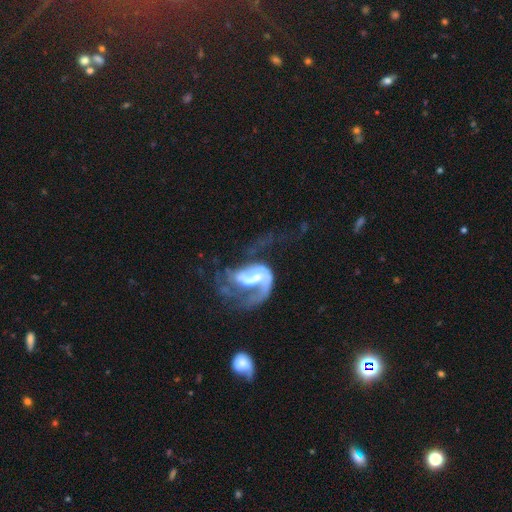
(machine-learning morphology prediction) type=featured or disk (75%); edge-on=no (96%); bar=weak (42%); spiral arms=yes (87%); winding=loose (47%); arm count=2 (77%); bulge=moderate (37%); merging=none (41%).